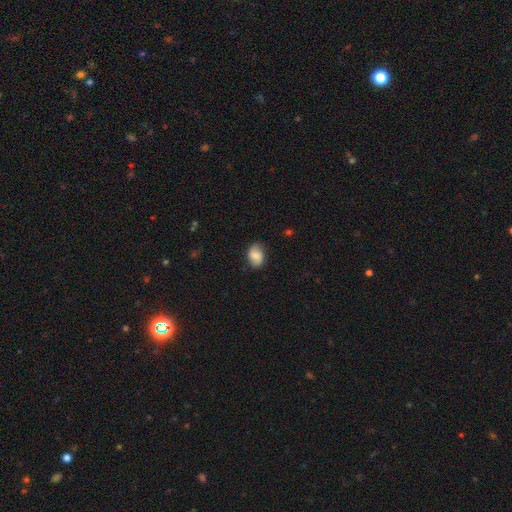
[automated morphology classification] Smooth or featured?
  - smooth: 70% *
  - featured or disk: 22%
  - star or artifact: 8%
How rounded?
  - in between: 78% *
  - round: 21%
  - cigar-shaped: 1%
Merging?
  - none: 77% *
  - minor disturbance: 18%
  - major disturbance: 4%
  - merger: 1%